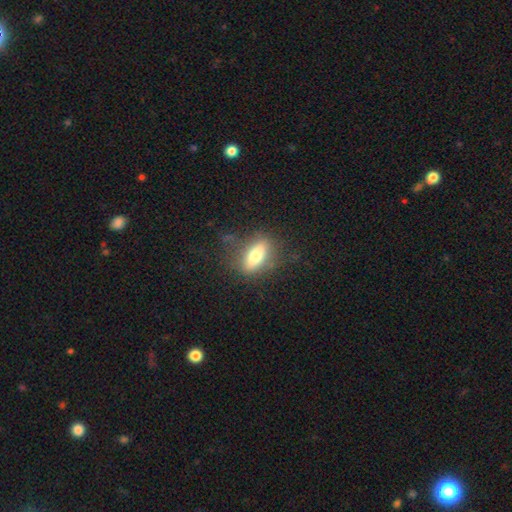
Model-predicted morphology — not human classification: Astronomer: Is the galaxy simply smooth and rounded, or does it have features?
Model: smooth — 65%.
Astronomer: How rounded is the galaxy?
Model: in between — 72%.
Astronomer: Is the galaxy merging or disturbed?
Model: none — 73%.